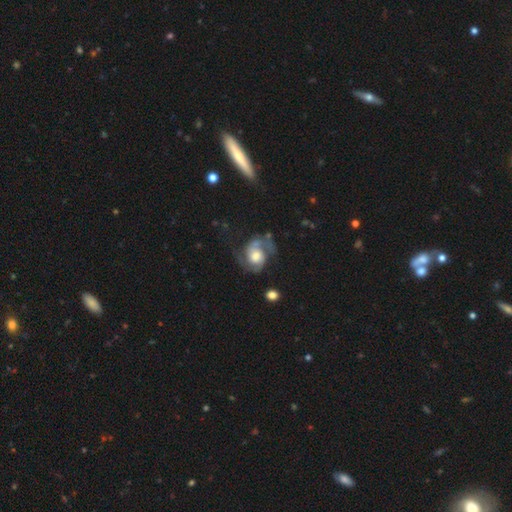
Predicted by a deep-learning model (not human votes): smooth-or-featured: featured or disk: 80% | smooth: 14% | star or artifact: 6%
  disk-edge-on: no: 98% | yes: 2%
    bar: no: 69% | weak: 27% | strong: 5%
    has-spiral-arms: yes: 94% | no: 6%
      spiral-winding: medium: 49% | loose: 26% | tight: 24%
      spiral-arm-count: 2: 83% | 1: 7% | can't tell: 5% | 3: 2% | 4: 1% | more than 4: 1%
    bulge-size: moderate: 49% | large: 32% | small: 12% | dominant: 3% | none: 3%
  merging: none: 54% | major disturbance: 21% | minor disturbance: 21% | merger: 3%